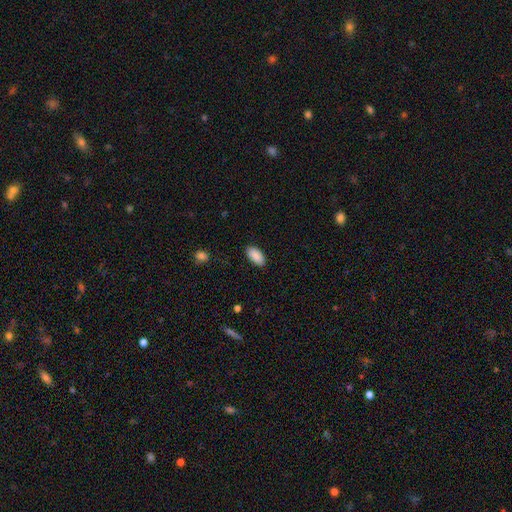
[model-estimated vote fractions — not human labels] smooth 90%, star or artifact 7%, featured or disk 4%. Down the decision tree: how rounded — in between (94%); merging — none (88%).